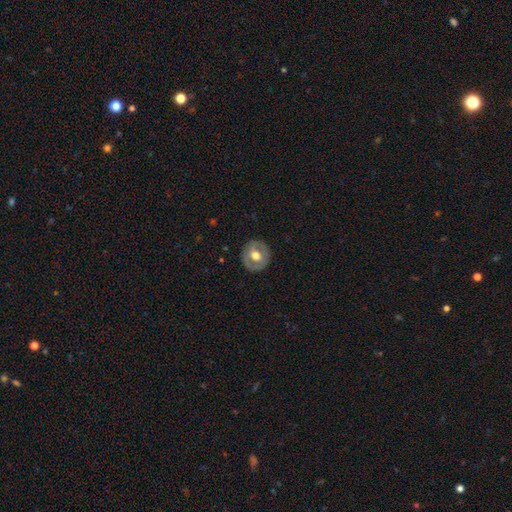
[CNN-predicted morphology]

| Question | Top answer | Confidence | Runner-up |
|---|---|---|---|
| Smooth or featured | featured or disk | 48% | smooth (46%) |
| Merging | none | 86% | minor disturbance (10%) |